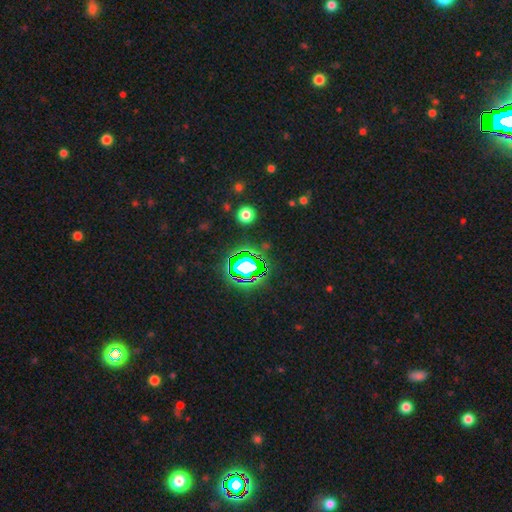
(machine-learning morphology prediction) This appears to be a star or artifact, not a galaxy (82%).